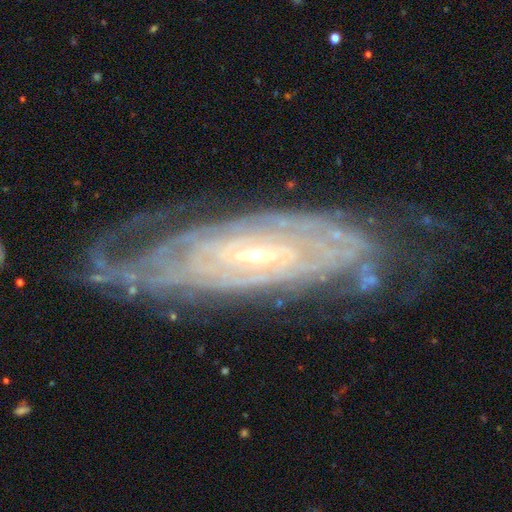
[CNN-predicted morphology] Overall: featured or disk (88%). Edge-on disk: no (89%). Bar: weak (41%; no 34%). Spiral arms: yes (96%). Spiral arm count: can't tell (43%; 4 14%). Spiral winding: tight (79%). Bulge size: small (77%). Merging: none (71%).